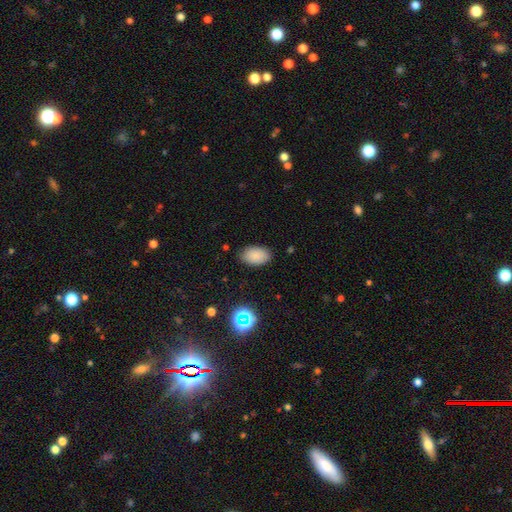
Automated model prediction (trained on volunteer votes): The model was most divided on "merging": none: 86%, minor disturbance: 10%, major disturbance: 3%, merger: 1%. More confident: how rounded — in between (92%); smooth or featured — smooth (86%).